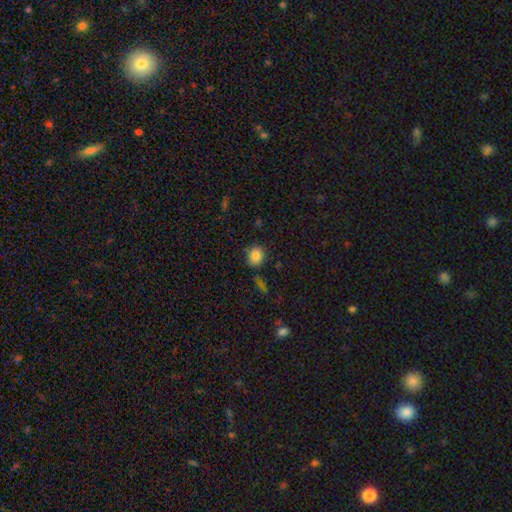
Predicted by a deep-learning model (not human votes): Overall: smooth (84%). How rounded: round (70%). Merging: none (79%).